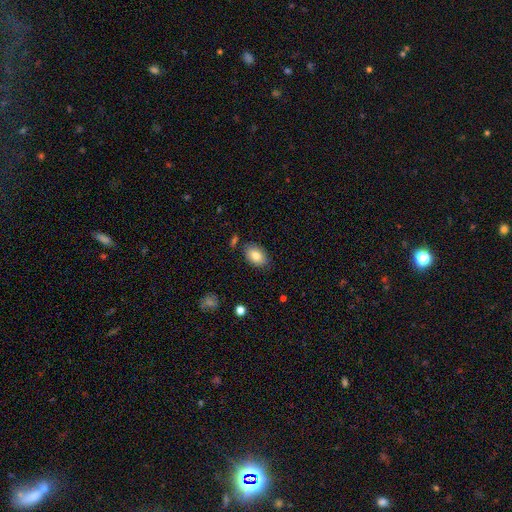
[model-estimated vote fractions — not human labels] A smooth galaxy with no disk features (82%) that is in between round and cigar-shaped (87%). Merging: none (82%).